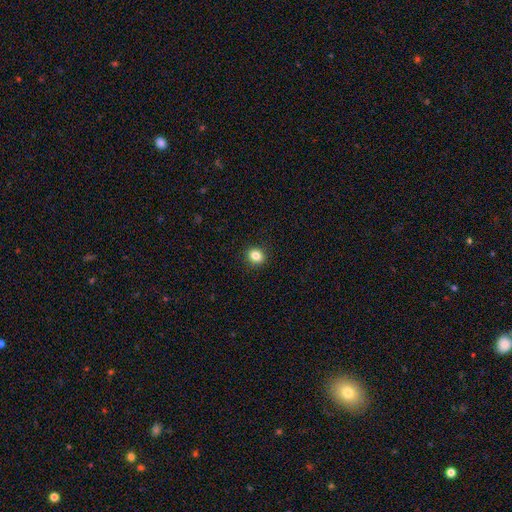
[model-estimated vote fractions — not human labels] The model was most divided on "how rounded": round: 75%, in between: 24%, cigar-shaped: 1%. More confident: merging — none (92%); smooth or featured — smooth (84%).